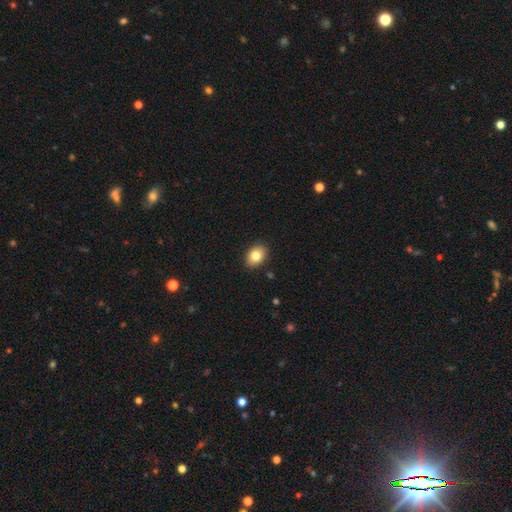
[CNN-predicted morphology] Smooth or featured?
  - smooth: 81% *
  - featured or disk: 11%
  - star or artifact: 8%
How rounded?
  - in between: 77% *
  - round: 22%
  - cigar-shaped: 1%
Merging?
  - none: 89% *
  - minor disturbance: 8%
  - major disturbance: 2%
  - merger: 1%